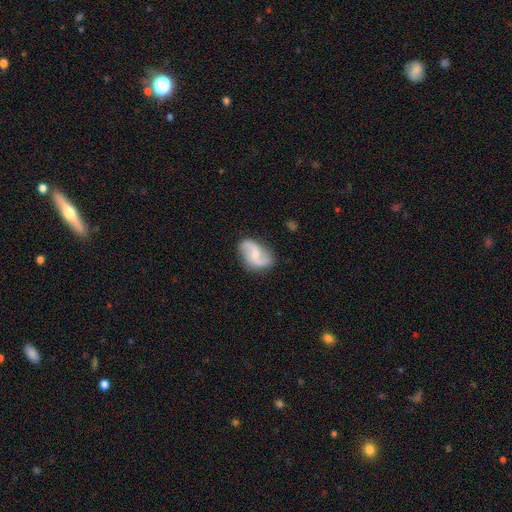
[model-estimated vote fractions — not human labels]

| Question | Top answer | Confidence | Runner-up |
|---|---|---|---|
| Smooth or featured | featured or disk | 75% | smooth (19%) |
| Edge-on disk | no | 97% | yes (3%) |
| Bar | weak | 47% | no (40%) |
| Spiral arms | yes | 95% | no (5%) |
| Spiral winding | loose | 64% | medium (29%) |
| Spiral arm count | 2 | 91% | can't tell (3%) |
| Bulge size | small | 47% | moderate (33%) |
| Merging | none | 75% | minor disturbance (18%) |